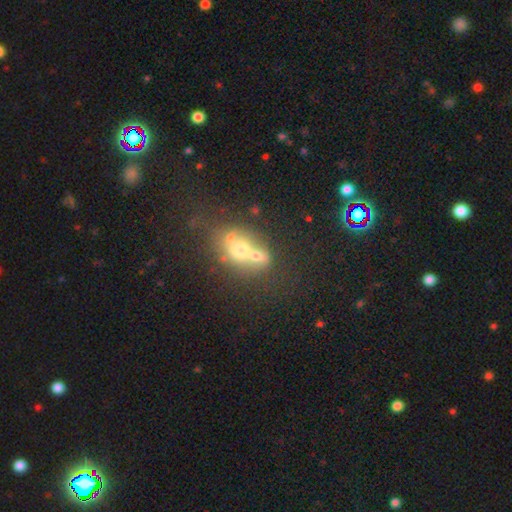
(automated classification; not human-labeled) smooth_or_featured: smooth (p=0.57) [alt: featured or disk p=0.27]
how_rounded: in between (p=0.53) [alt: round p=0.45]
merging: merger (p=0.63) [alt: none p=0.22]